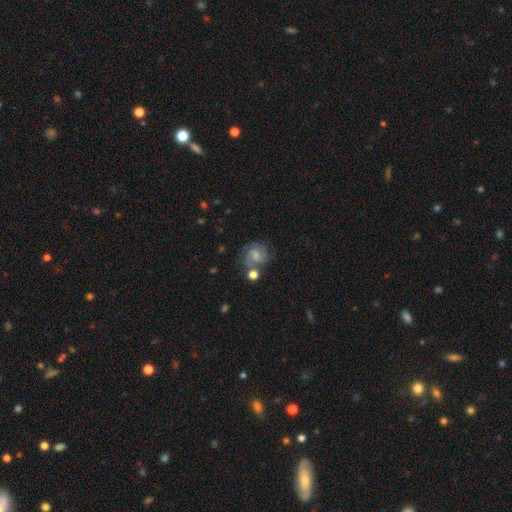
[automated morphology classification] A featured or disk galaxy (64%) with no bar (49%), 2 (58%) tight (44%, tied with medium) spiral arms (91%) and a small central bulge (41%).

Vote fractions:
- Smooth or featured? featured or disk: 64% / smooth: 27% / star or artifact: 9%
- Edge-on disk? no: 98% / yes: 2%
- Bar? no: 49% / weak: 43% / strong: 8%
- Spiral arms? yes: 91% / no: 9%
- Spiral winding? tight: 44% (tied) / medium: 44% (tied) / loose: 12%
- Spiral arm count? 2: 58% / can't tell: 18% / 3: 15% / 1: 4% / 4: 3% / more than 4: 2%
- Bulge size? small: 41% / moderate: 32% / none: 19% / large: 6% / dominant: 2%
- Merging? none: 58% / minor disturbance: 18% / merger: 14% / major disturbance: 10%